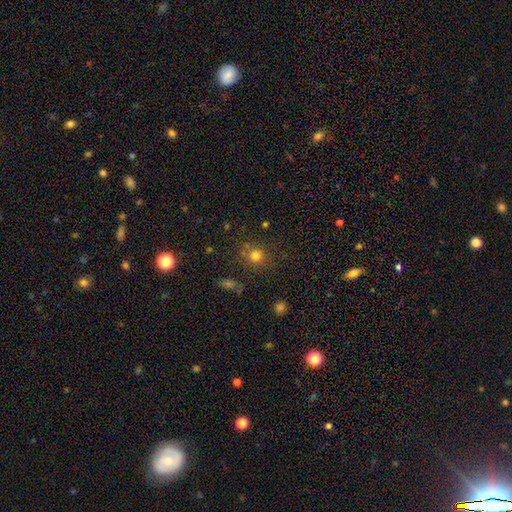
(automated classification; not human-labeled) smooth_or_featured: smooth (p=0.76) [alt: star or artifact p=0.17]
how_rounded: round (p=0.90) [alt: in between p=0.09]
merging: none (p=0.78) [alt: minor disturbance p=0.11]